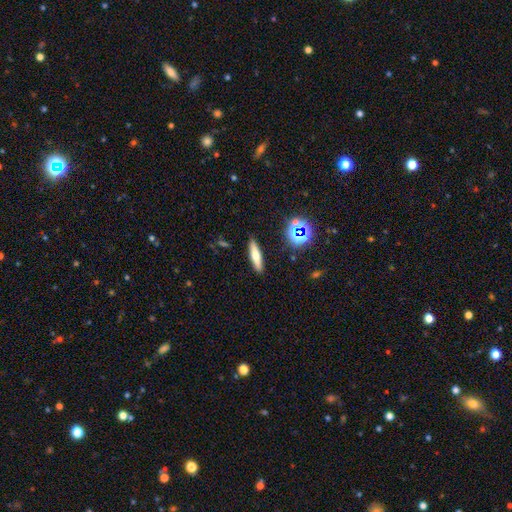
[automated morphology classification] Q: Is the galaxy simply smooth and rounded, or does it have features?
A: smooth — 60%.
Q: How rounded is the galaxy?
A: cigar-shaped — 76%.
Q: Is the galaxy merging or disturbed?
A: none — 89%.